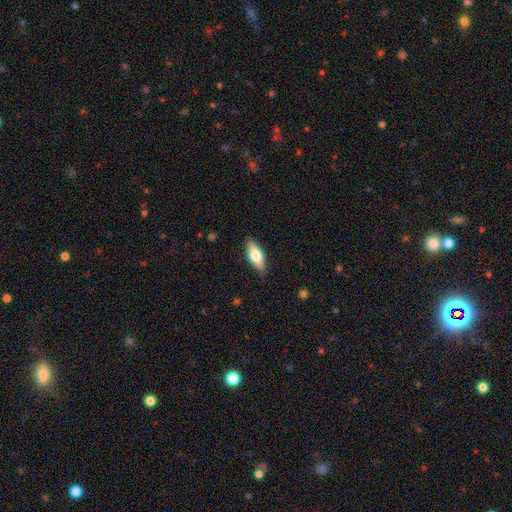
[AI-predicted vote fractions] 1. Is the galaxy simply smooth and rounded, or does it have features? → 61% smooth, 33% featured or disk, 6% star or artifact.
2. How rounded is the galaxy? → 70% in between, 28% cigar-shaped, 3% round.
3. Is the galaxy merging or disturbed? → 83% none, 13% minor disturbance, 2% major disturbance, 1% merger.